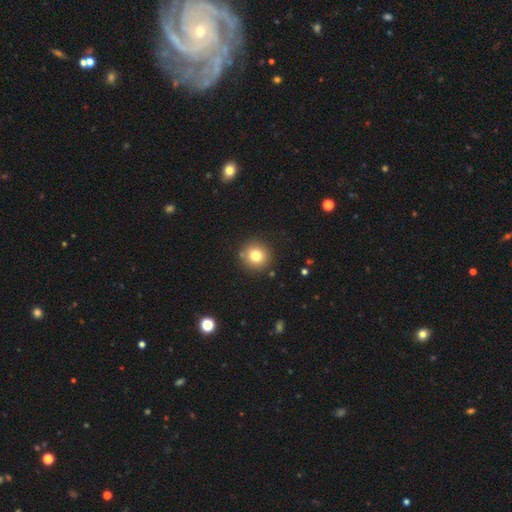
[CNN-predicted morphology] smooth-or-featured: smooth: 78% | star or artifact: 12% | featured or disk: 10%
  how-rounded: round: 94% | in between: 6% | cigar-shaped: 1%
  merging: none: 88% | minor disturbance: 7% | merger: 2% | major disturbance: 2%